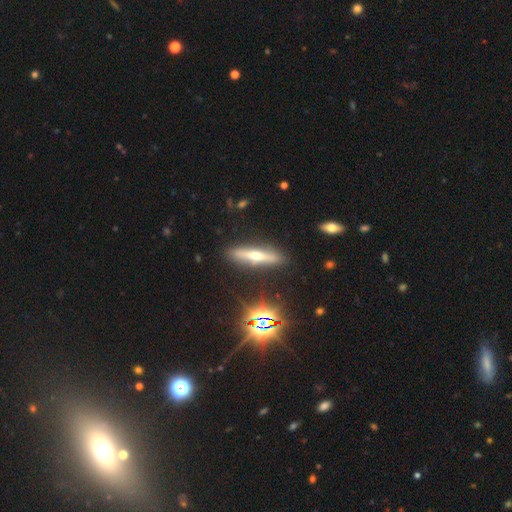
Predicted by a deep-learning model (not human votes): smooth_or_featured: featured or disk (p=0.50) [alt: smooth p=0.36]
merging: none (p=0.88) [alt: minor disturbance p=0.08]